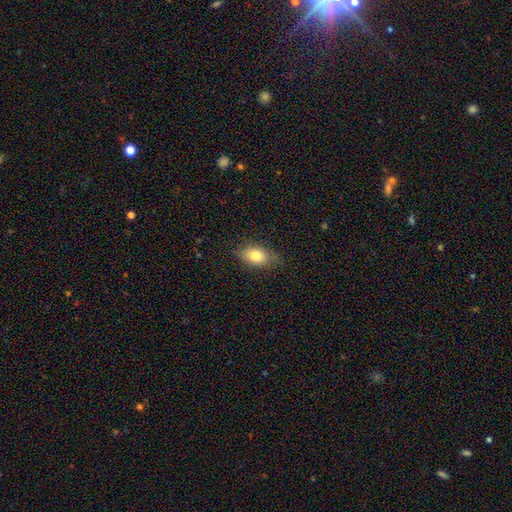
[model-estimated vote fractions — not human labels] Smooth or featured? smooth (77%)
How rounded? in between (86%)
Merging? none (77%)